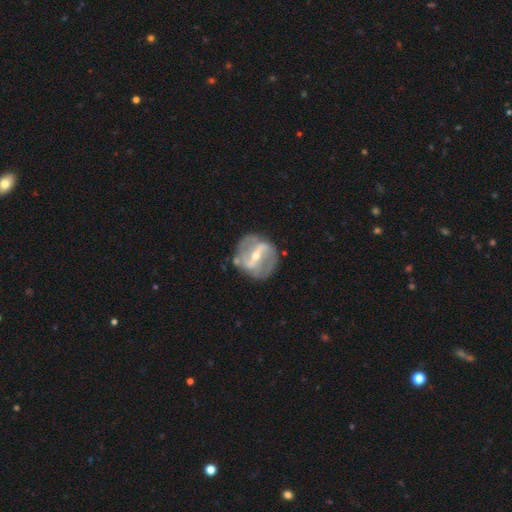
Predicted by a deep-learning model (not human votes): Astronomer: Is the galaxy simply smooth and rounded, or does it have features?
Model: featured or disk — 86%.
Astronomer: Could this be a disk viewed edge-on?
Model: no — 95%.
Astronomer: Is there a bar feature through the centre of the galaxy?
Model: strong — 64%.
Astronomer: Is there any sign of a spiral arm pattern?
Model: yes — 85%.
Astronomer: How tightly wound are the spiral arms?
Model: medium — 44% (runner-up: loose, 31%).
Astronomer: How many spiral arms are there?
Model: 2 — 83%.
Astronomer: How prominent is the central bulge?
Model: small — 54% (runner-up: moderate, 43%).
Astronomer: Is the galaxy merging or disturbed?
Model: none — 74%.